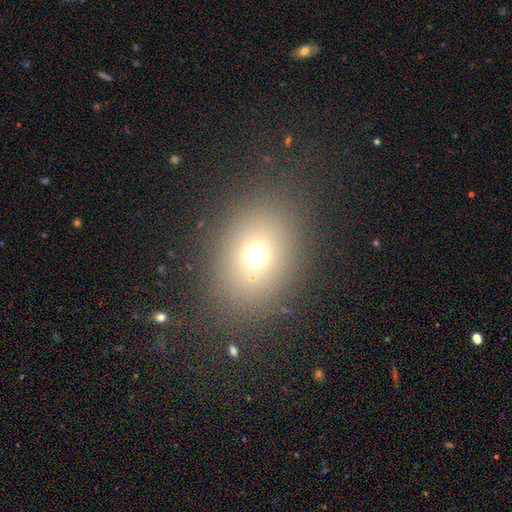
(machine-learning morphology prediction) A smooth galaxy with no disk features (67%) that is in between round and cigar-shaped (55%). Merging: none (80%).